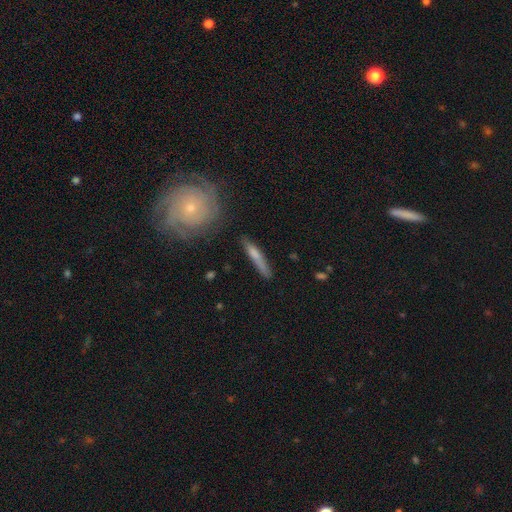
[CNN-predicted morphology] A smooth galaxy with no disk features (62%) that is cigar-shaped (92%).

Vote fractions:
- Smooth or featured? smooth: 62% / featured or disk: 32% / star or artifact: 6%
- How rounded? cigar-shaped: 92% / in between: 6% / round: 2%
- Merging? none: 79% / minor disturbance: 14% / major disturbance: 3% / merger: 3%